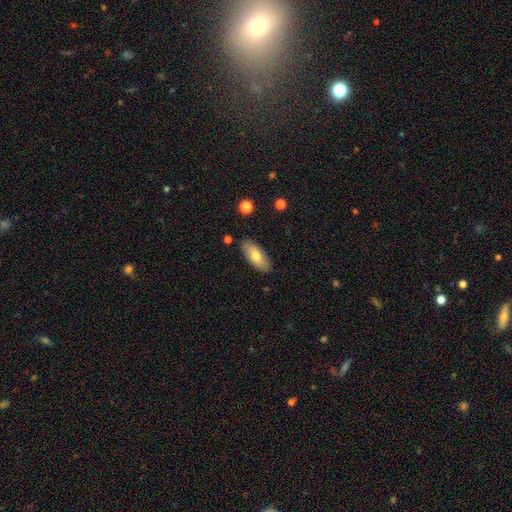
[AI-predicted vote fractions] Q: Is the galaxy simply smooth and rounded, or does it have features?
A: smooth — 70%.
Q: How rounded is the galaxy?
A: in between — 86%.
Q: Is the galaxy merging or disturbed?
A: none — 87%.